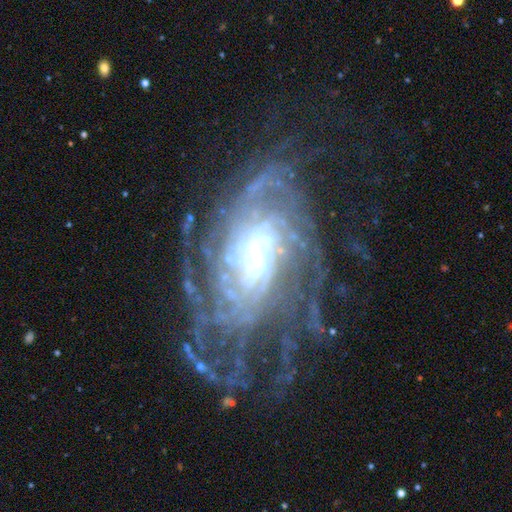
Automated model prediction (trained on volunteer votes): Smooth or featured? Predicted: featured or disk (p=0.88). Edge-on disk? Predicted: no (p=0.96). Bar? Predicted: no (p=0.46). Spiral arms? Predicted: yes (p=0.96). Spiral winding? Predicted: tight (p=0.62). Spiral arm count? Predicted: can't tell (p=0.30). Bulge size? Predicted: small (p=0.54). Merging? Predicted: none (p=0.62).